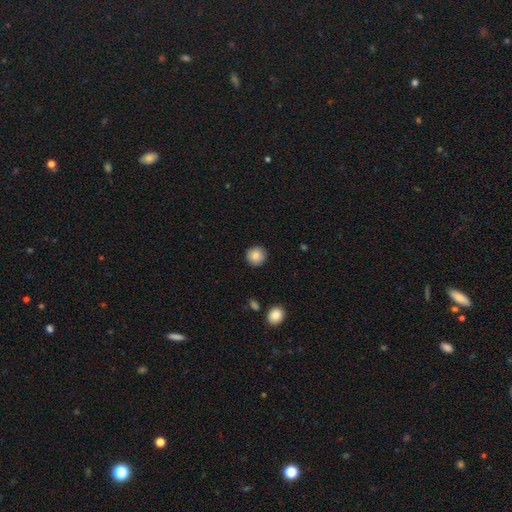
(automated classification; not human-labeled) A smooth galaxy with no disk features (87%) that is round (93%).

Vote fractions:
- Smooth or featured? smooth: 87% / star or artifact: 8% / featured or disk: 5%
- How rounded? round: 93% / in between: 6% / cigar-shaped: 1%
- Merging? none: 91% / minor disturbance: 6% / major disturbance: 2% / merger: 1%